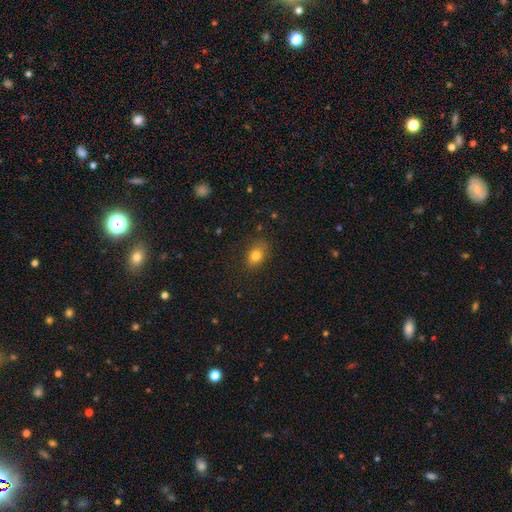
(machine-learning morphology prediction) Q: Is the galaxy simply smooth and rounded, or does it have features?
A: smooth — 81%.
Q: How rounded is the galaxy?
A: in between — 72%.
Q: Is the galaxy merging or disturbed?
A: none — 79%.